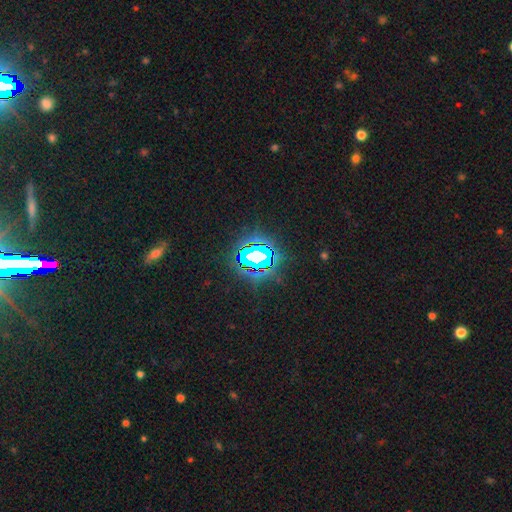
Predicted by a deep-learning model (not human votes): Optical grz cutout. It shows a star or artifact, not a galaxy (72%).